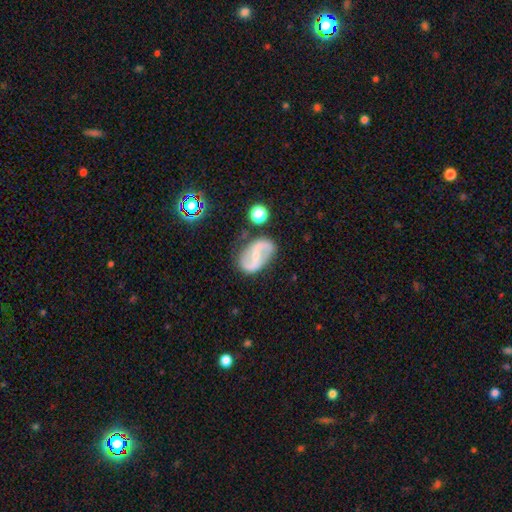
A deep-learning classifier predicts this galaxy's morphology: type=featured or disk (81%); edge-on=no (97%); bar=weak (40%); spiral arms=yes (92%); winding=loose (48%); arm count=2 (91%); bulge=small (64%); merging=none (77%).